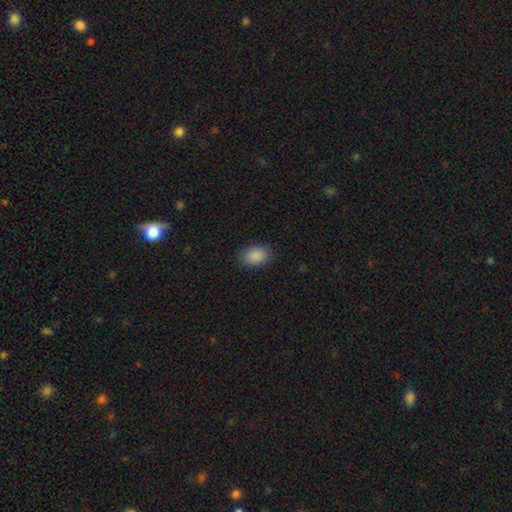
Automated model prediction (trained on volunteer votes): Morphology: type=smooth (89%); roundness=in between (81%); merging=none (85%).